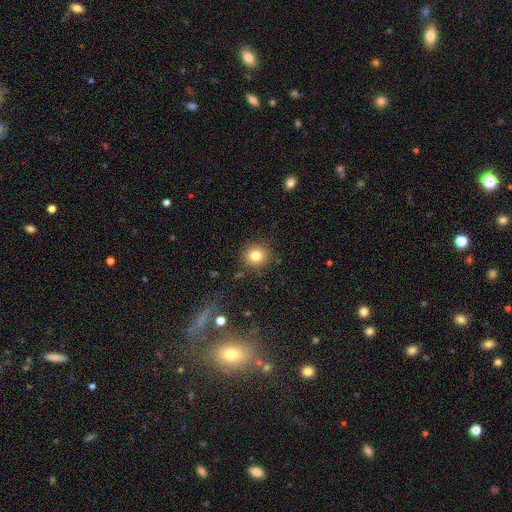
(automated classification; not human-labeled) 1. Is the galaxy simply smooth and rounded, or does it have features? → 81% smooth, 12% star or artifact, 8% featured or disk.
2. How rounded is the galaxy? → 89% round, 10% in between, 1% cigar-shaped.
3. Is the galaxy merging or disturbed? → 86% none, 9% minor disturbance, 3% major disturbance, 2% merger.